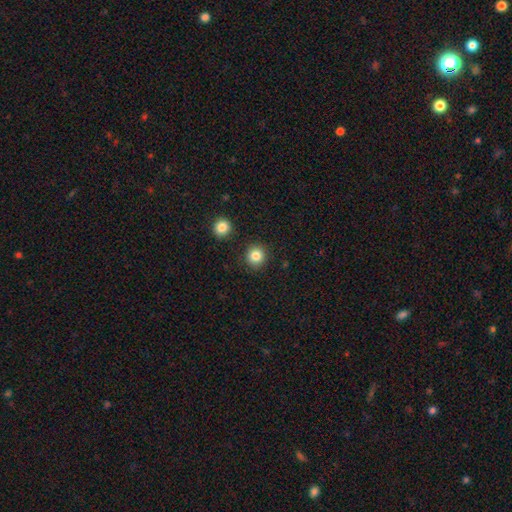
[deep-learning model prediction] Smooth or featured? smooth (84%)
How rounded? round (91%)
Merging? none (89%)